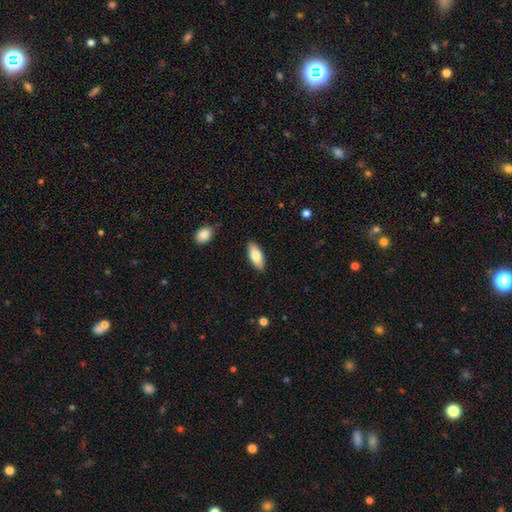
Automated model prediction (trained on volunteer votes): smooth-or-featured: smooth: 79% | featured or disk: 15% | star or artifact: 6%
  how-rounded: in between: 79% | cigar-shaped: 19% | round: 2%
  merging: none: 87% | minor disturbance: 9% | major disturbance: 2% | merger: 1%